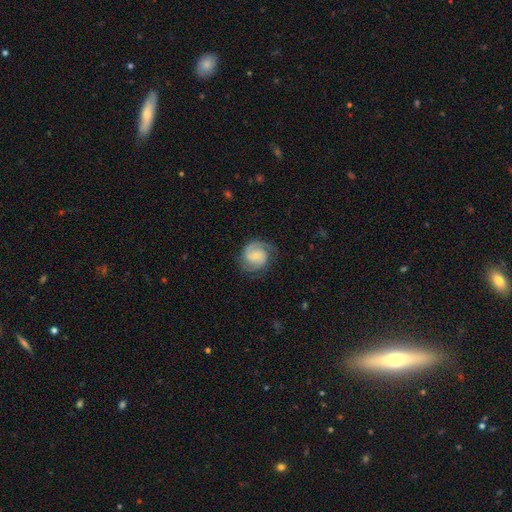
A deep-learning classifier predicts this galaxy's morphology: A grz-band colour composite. It shows a featured or disk galaxy (77%) with no bar (59%), 2 (74%) tight (45%) spiral arms (96%) and a small central bulge (63%). Merging: none (75%).